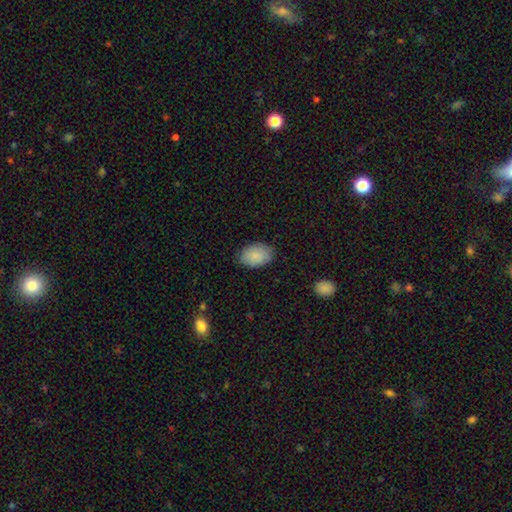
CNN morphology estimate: Smooth or featured: smooth — 87% (featured or disk — 7%)
How rounded: in between — 88% (round — 11%)
Merging: none — 83% (minor disturbance — 13%)